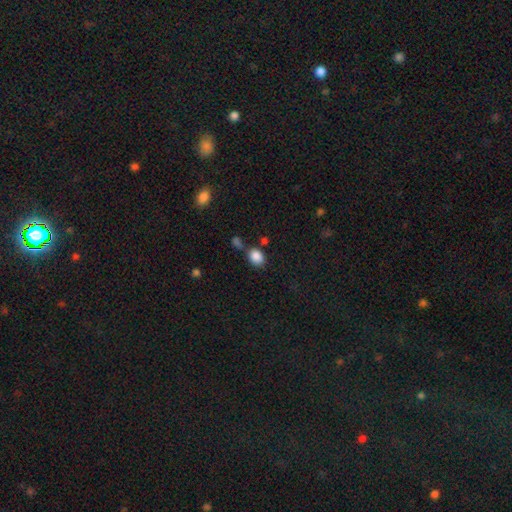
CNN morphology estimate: smooth_or_featured: smooth (p=0.86) [alt: star or artifact p=0.09]
how_rounded: in between (p=0.57) [alt: round p=0.42]
merging: none (p=0.60) [alt: merger p=0.19]